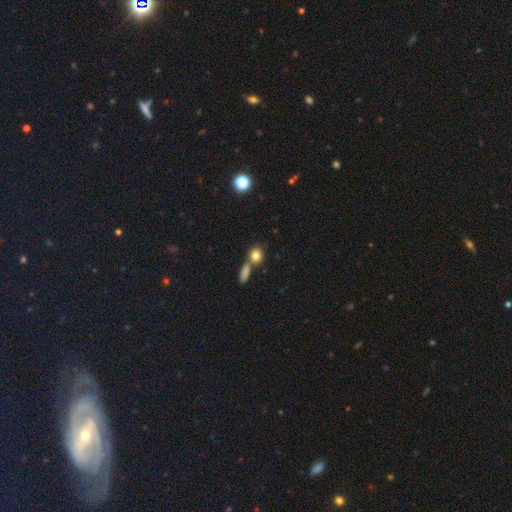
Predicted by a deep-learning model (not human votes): Smooth or featured? smooth (82%)
How rounded? round (65%)
Merging? none (52%)